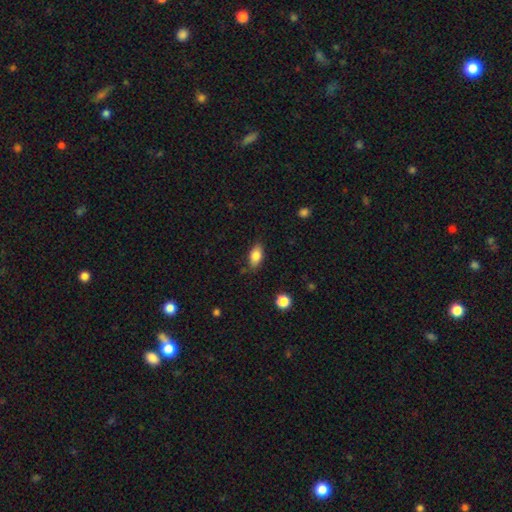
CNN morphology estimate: A smooth galaxy with no disk features (82%) that is in between round and cigar-shaped (88%). Merging: none (80%).